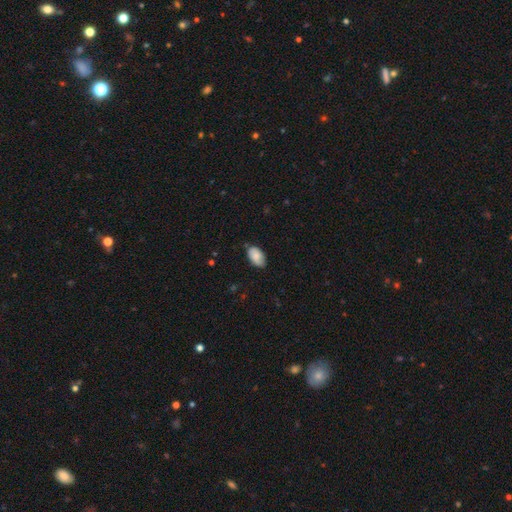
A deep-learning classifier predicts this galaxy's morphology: A smooth galaxy with no disk features (84%) that is in between round and cigar-shaped (95%). Merging: none (76%).